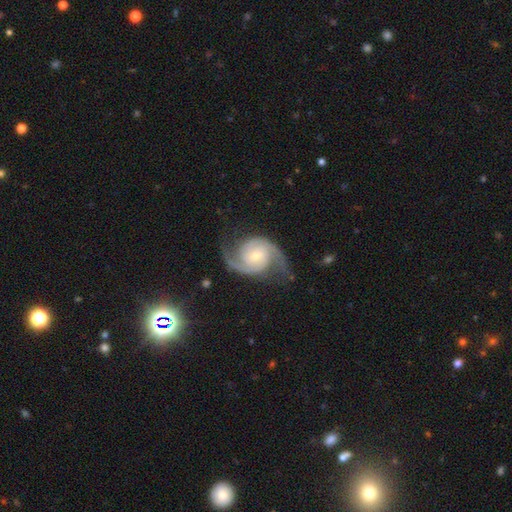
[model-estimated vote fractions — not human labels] Morphology: type=featured or disk (91%); edge-on=no (98%); bar=no (60%); spiral arms=yes (98%); winding=medium (55%); arm count=2 (91%); bulge=small (59%); merging=none (75%).